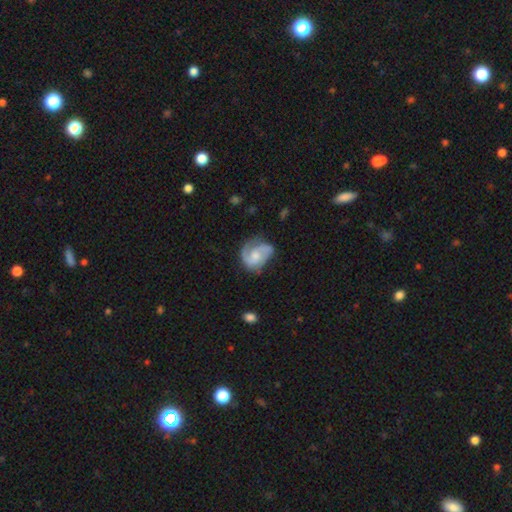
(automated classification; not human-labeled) Smooth or featured? Predicted: featured or disk (p=0.75). Edge-on disk? Predicted: no (p=0.98). Bar? Predicted: no (p=0.61). Spiral arms? Predicted: yes (p=0.93). Spiral winding? Predicted: medium (p=0.47). Spiral arm count? Predicted: 2 (p=0.69). Bulge size? Predicted: moderate (p=0.43). Merging? Predicted: none (p=0.53).